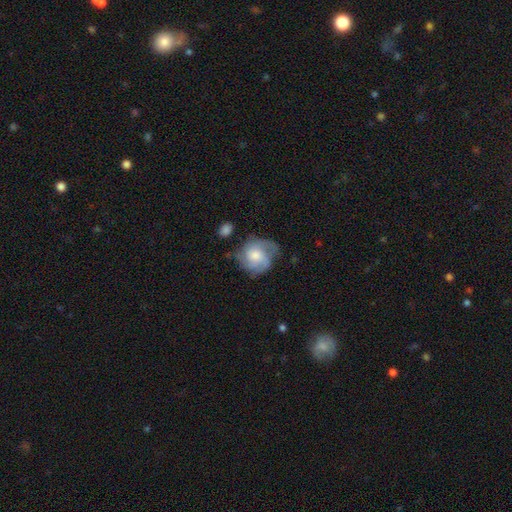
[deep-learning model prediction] Smooth or featured? Predicted: featured or disk (p=0.58). Edge-on disk? Predicted: no (p=0.98). Bar? Predicted: no (p=0.74). Spiral arms? Predicted: yes (p=0.84). Bulge size? Predicted: moderate (p=0.51). Merging? Predicted: none (p=0.59).